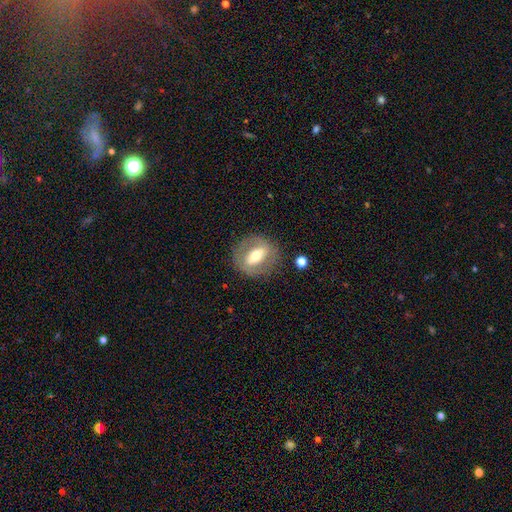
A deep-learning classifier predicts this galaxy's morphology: The model was most divided on "smooth or featured": featured or disk: 57%, smooth: 36%, star or artifact: 7%. More confident: edge-on disk — no (85%); merging — none (81%).